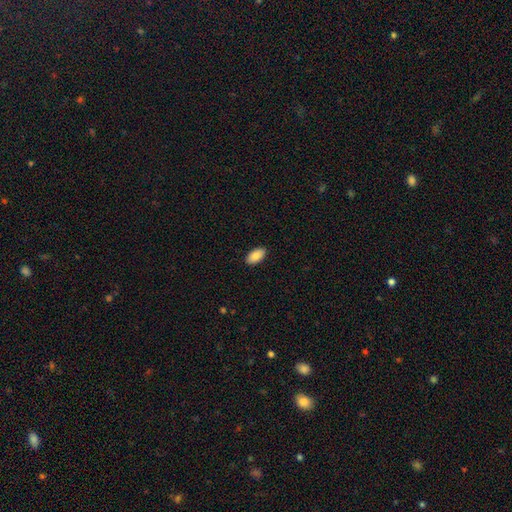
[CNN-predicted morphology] type=smooth (88%); roundness=in between (95%); merging=none (90%).